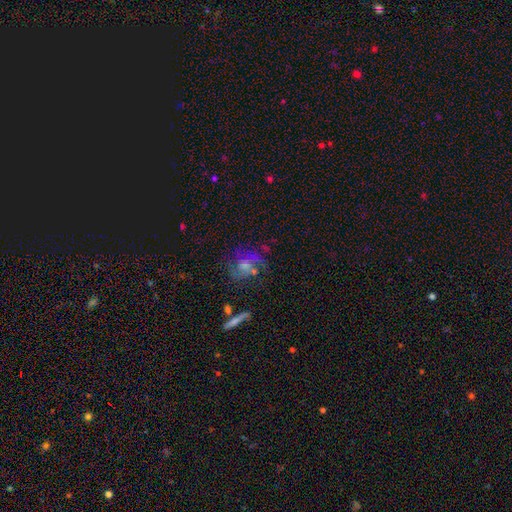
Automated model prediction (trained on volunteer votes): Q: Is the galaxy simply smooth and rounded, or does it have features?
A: featured or disk — 70%.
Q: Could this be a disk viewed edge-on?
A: no — 96%.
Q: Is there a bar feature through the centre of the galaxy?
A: no — 70%.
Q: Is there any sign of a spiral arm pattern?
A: yes — 87%.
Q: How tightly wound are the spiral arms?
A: medium — 48%.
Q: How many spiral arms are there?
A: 2 — 49%.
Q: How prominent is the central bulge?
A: moderate — 49%.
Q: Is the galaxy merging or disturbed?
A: none — 57%.